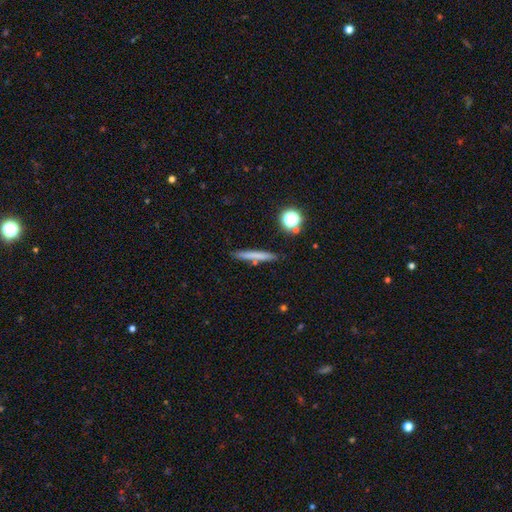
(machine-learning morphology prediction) Smooth or featured: smooth — 68% (featured or disk — 23%)
How rounded: cigar-shaped — 94% (in between — 4%)
Merging: none — 86% (minor disturbance — 9%)